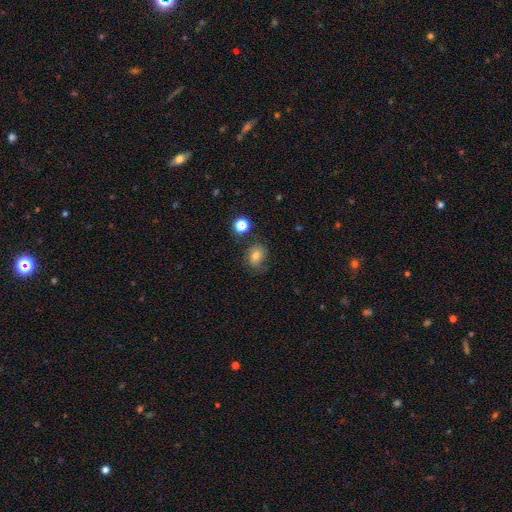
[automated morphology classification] This appears to be a smooth galaxy with no disk features (67%) that is round (60%). Merging: none (65%).